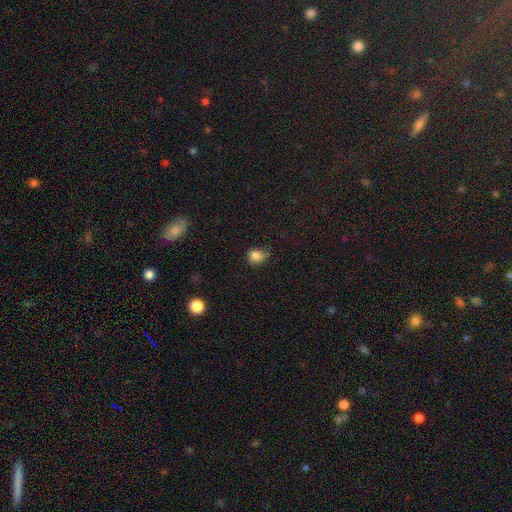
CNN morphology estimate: Smooth or featured? smooth (83%)
How rounded? round (57%)
Merging? none (54%)